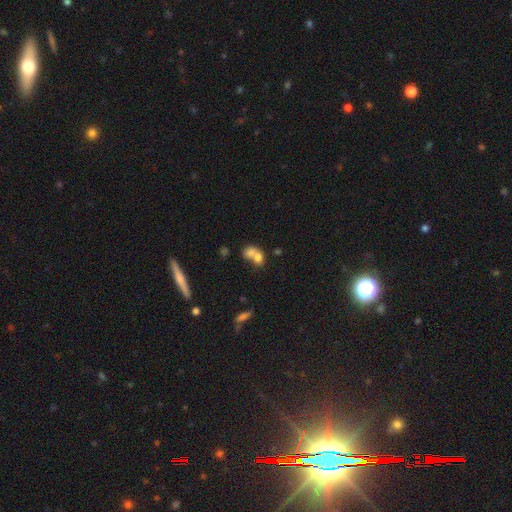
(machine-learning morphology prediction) Smooth or featured? smooth (72%)
How rounded? in between (56%)
Merging? merger (69%)